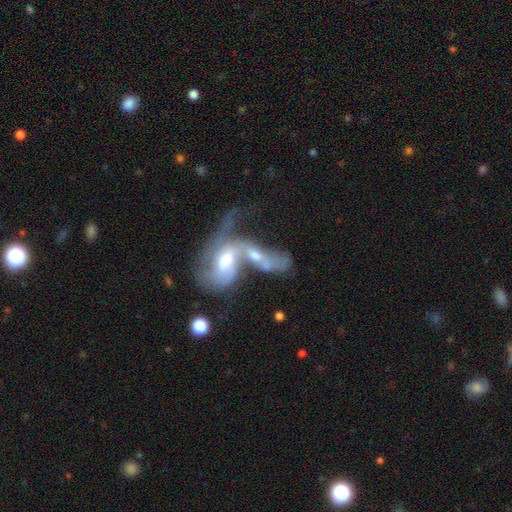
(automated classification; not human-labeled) Smooth or featured: featured or disk — 62% (smooth — 29%)
Edge-on disk: no — 90% (yes — 10%)
Bar: no — 56% (weak — 33%)
Spiral arms: yes — 60% (no — 40%)
Bulge size: moderate — 60% (small — 18%)
Merging: merger — 77% (major disturbance — 12%)